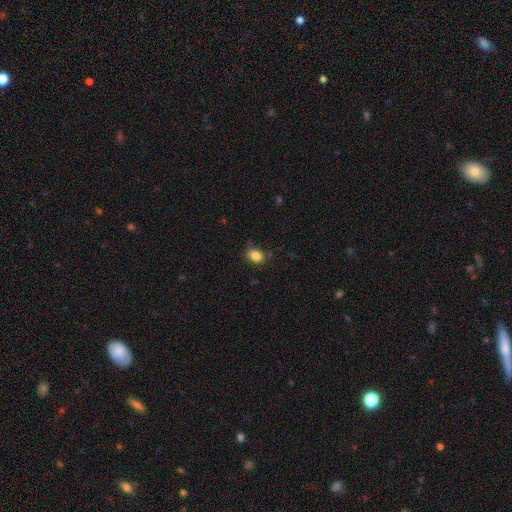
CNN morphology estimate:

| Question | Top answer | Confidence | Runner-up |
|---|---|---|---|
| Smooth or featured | smooth | 84% | star or artifact (10%) |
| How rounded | in between | 65% | round (34%) |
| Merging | none | 76% | minor disturbance (18%) |